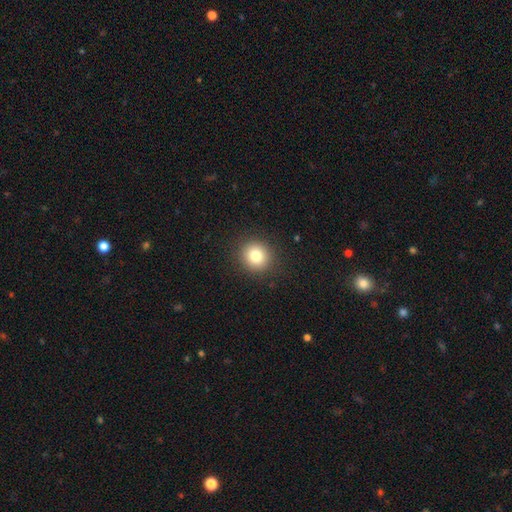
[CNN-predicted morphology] smooth-or-featured: smooth: 81% | star or artifact: 12% | featured or disk: 8%
  how-rounded: round: 90% | in between: 9% | cigar-shaped: 1%
  merging: none: 90% | minor disturbance: 6% | major disturbance: 2% | merger: 1%